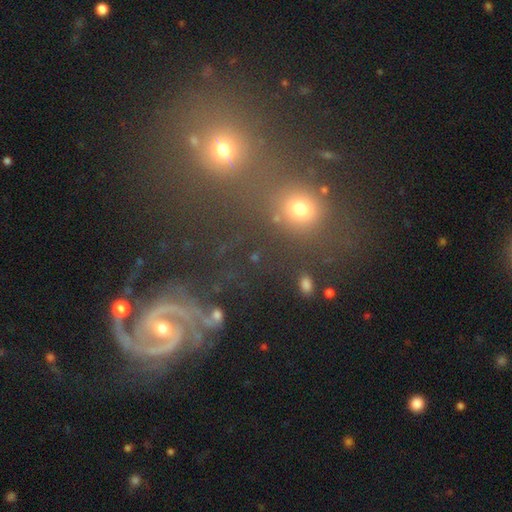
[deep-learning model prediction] Smooth or featured? featured or disk (44%)
Merging? none (73%)